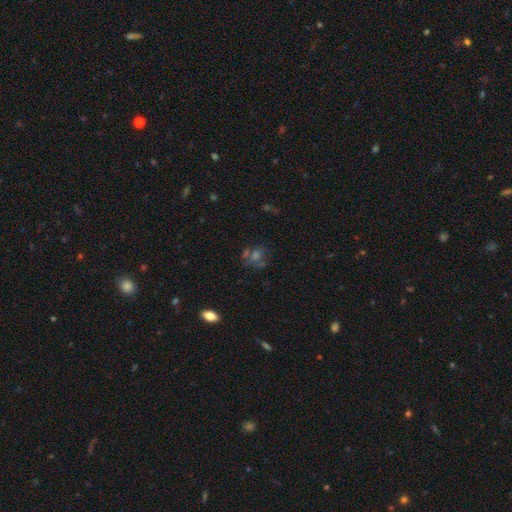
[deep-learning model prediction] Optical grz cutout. It shows a smooth galaxy with no disk features (35%). Merging: none (59%).